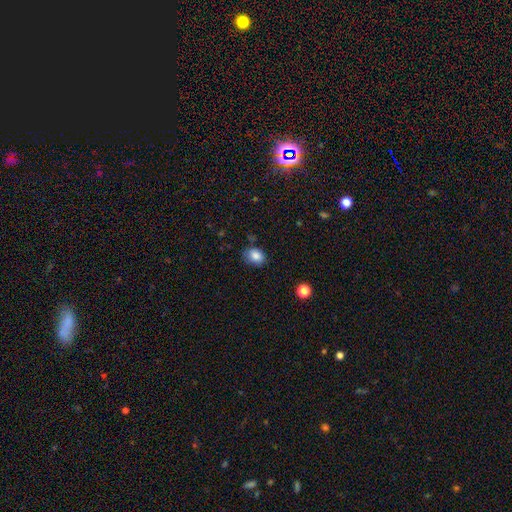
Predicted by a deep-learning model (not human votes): This appears to be a smooth galaxy with no disk features (85%) that is in between round and cigar-shaped (65%). Merging: none (71%).